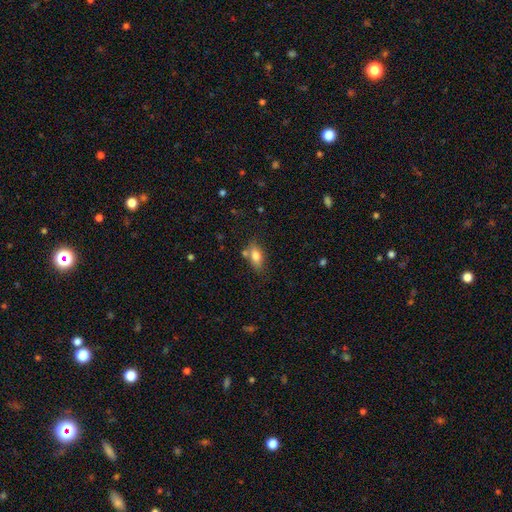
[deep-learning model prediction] Smooth or featured: smooth — 74% (featured or disk — 17%)
How rounded: in between — 81% (cigar-shaped — 12%)
Merging: none — 66% (minor disturbance — 17%)